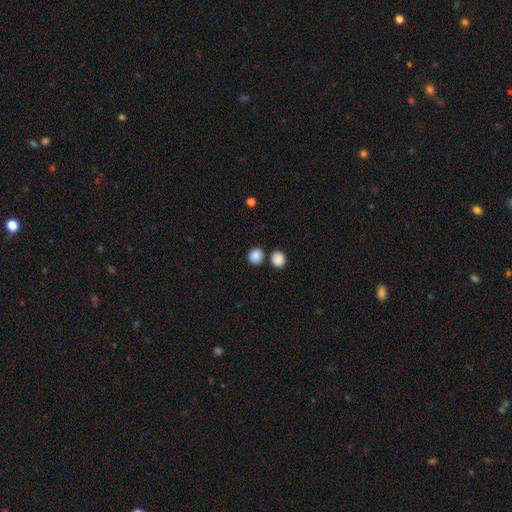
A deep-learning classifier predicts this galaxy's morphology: smooth 86%, star or artifact 10%, featured or disk 5%. Down the decision tree: how rounded — round (82%); merging — none (74%).